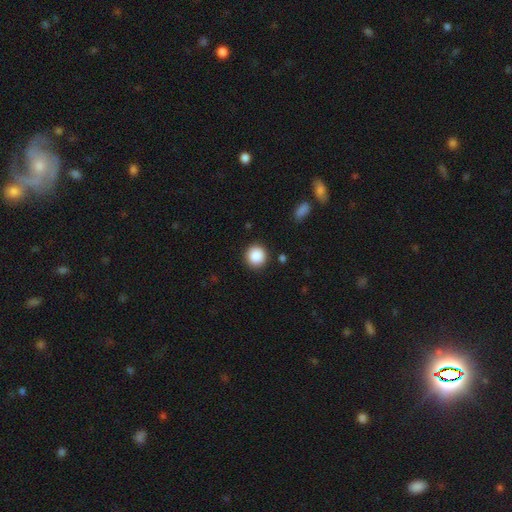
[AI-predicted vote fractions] The model was most divided on "smooth or featured": smooth: 88%, star or artifact: 9%, featured or disk: 4%. More confident: how rounded — round (93%); merging — none (90%).